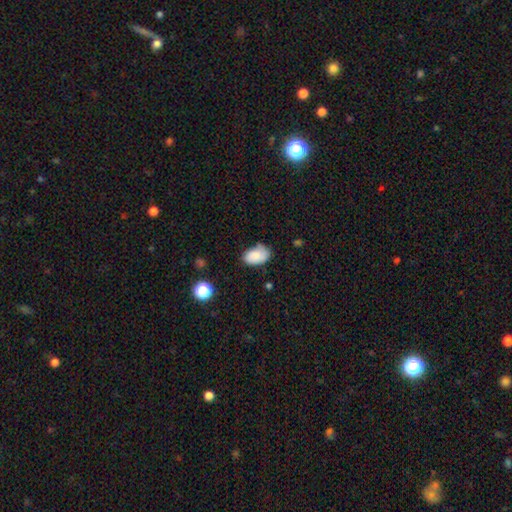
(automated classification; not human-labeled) Smooth or featured? smooth (82%)
How rounded? in between (91%)
Merging? none (62%)